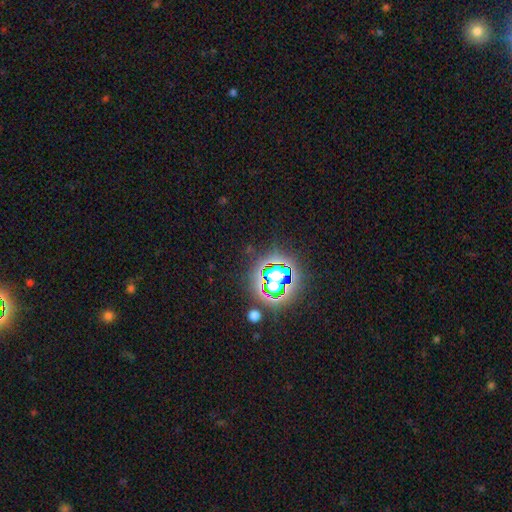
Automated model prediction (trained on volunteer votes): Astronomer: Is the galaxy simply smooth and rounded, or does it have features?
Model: star or artifact — 78%.